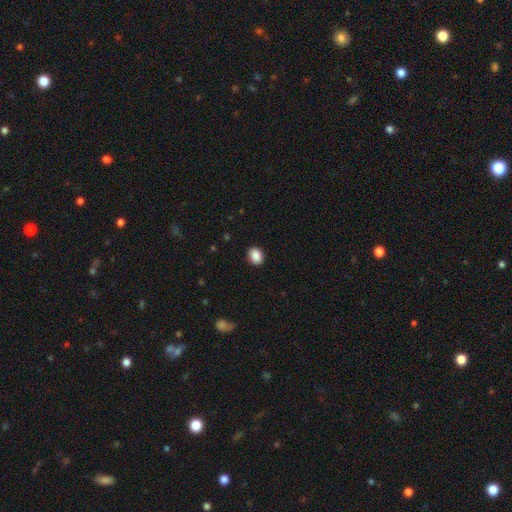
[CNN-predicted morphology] Smooth or featured? Predicted: smooth (p=0.89). How rounded? Predicted: in between (p=0.54). Merging? Predicted: none (p=0.90).